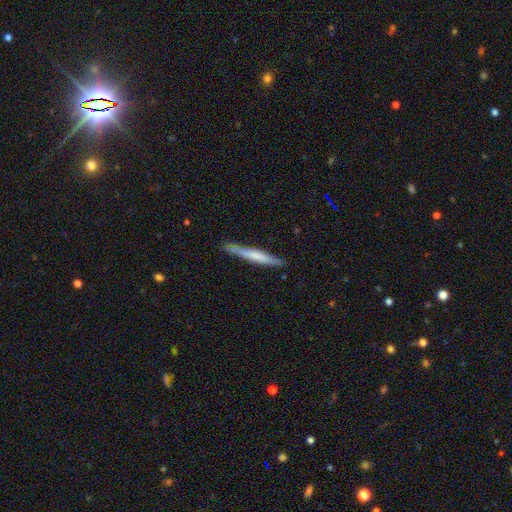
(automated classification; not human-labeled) Overall: smooth (51%; featured or disk 43%). How rounded: cigar-shaped (95%). Merging: none (85%).